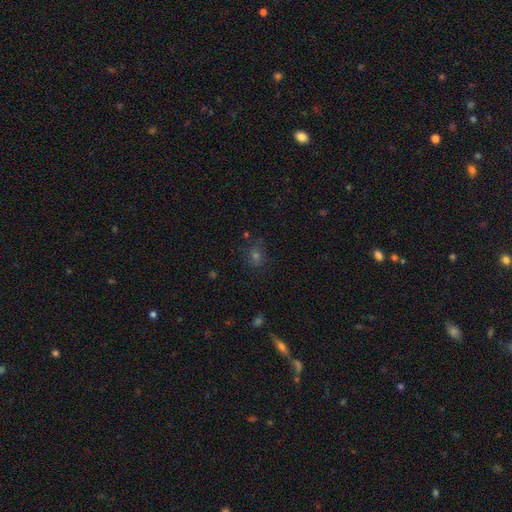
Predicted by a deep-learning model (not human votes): Smooth or featured?
  - smooth: 51% *
  - star or artifact: 34%
  - featured or disk: 15%
How rounded?
  - round: 69% *
  - in between: 29%
  - cigar-shaped: 2%
Merging?
  - none: 80% *
  - minor disturbance: 13%
  - major disturbance: 4%
  - merger: 3%